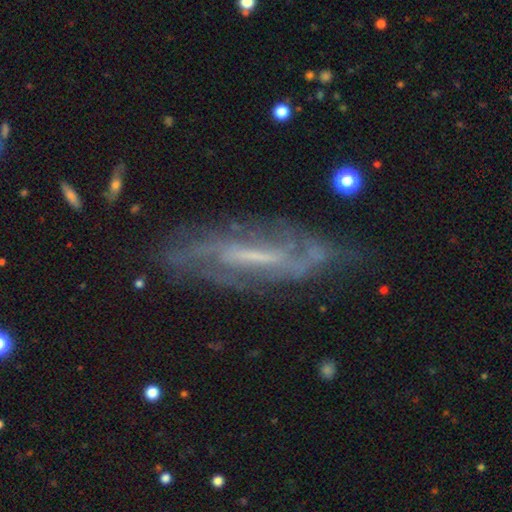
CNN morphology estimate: type=featured or disk (79%); edge-on=no (73%); bar=strong (40%); spiral arms=yes (83%); bulge=small (38%); merging=none (69%).